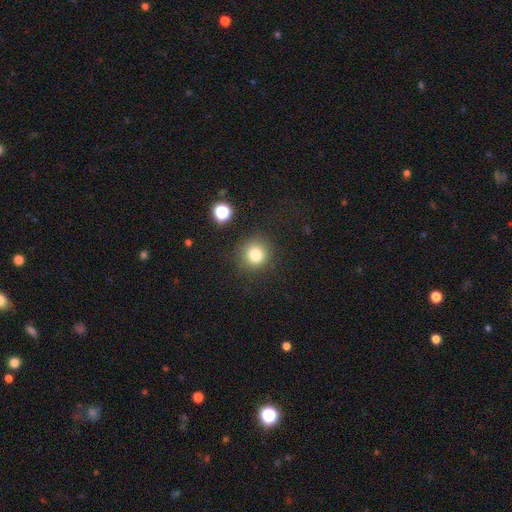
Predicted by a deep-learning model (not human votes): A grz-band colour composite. It shows a smooth galaxy with no disk features (80%) that is round (91%). Merging: none (86%).